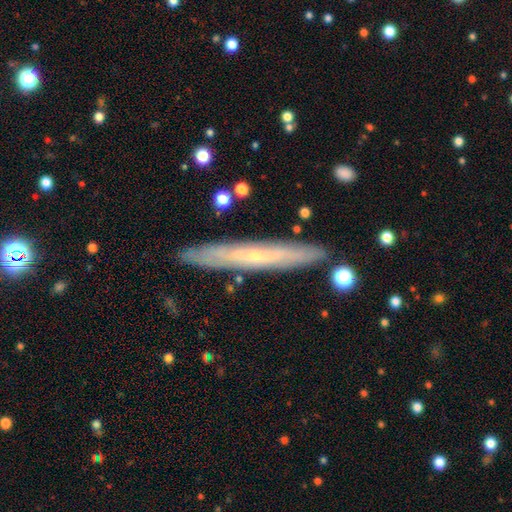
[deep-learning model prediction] smooth-or-featured: featured or disk: 64% | smooth: 29% | star or artifact: 7%
  disk-edge-on: yes: 86% | no: 14%
    edge-on-bulge: rounded: 50% | none: 48% | boxy: 2%
  merging: none: 87% | minor disturbance: 9% | merger: 2% | major disturbance: 2%